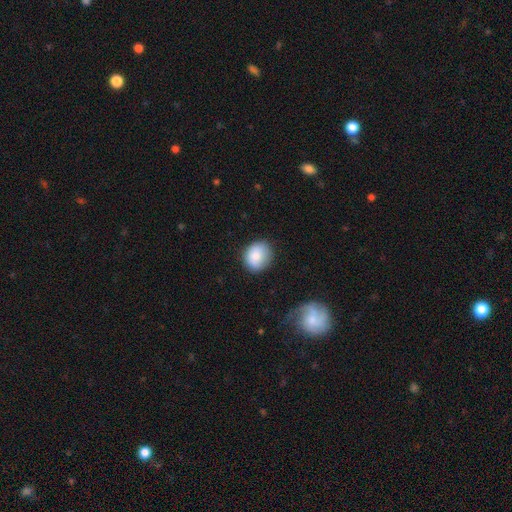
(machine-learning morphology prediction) Smooth or featured? smooth (82%)
How rounded? round (68%)
Merging? none (81%)